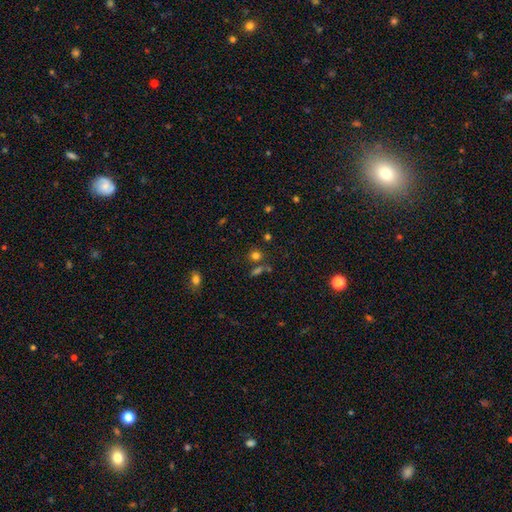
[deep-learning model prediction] smooth 72%, star or artifact 21%, featured or disk 7%. Down the decision tree: how rounded — round (79%); merging — none (71%).